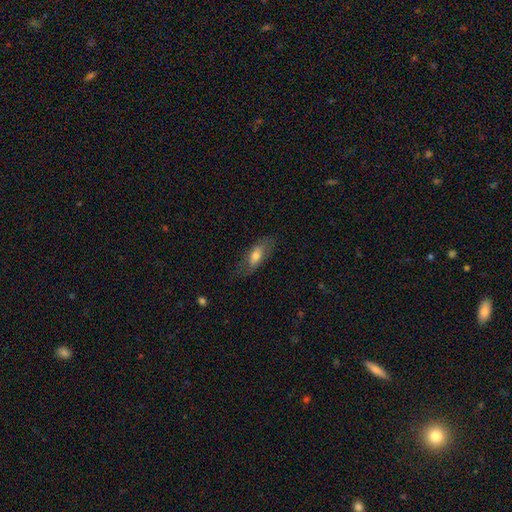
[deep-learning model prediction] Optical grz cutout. It shows a smooth galaxy with no disk features (65%) that is in between round and cigar-shaped (78%). Merging: none (68%).